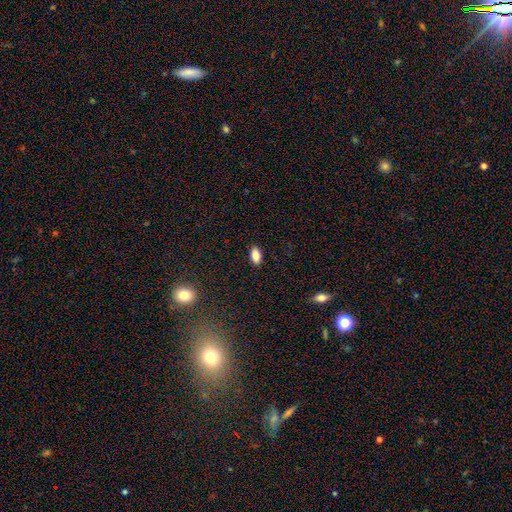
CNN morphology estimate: smooth 82%, featured or disk 9%, star or artifact 9%. Down the decision tree: how rounded — in between (90%); merging — none (89%).